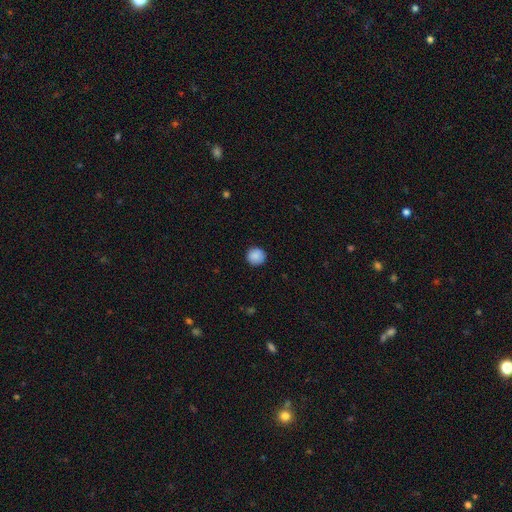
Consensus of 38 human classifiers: Morphology: type=smooth (95%); roundness=round (94%); merging=none (97%).